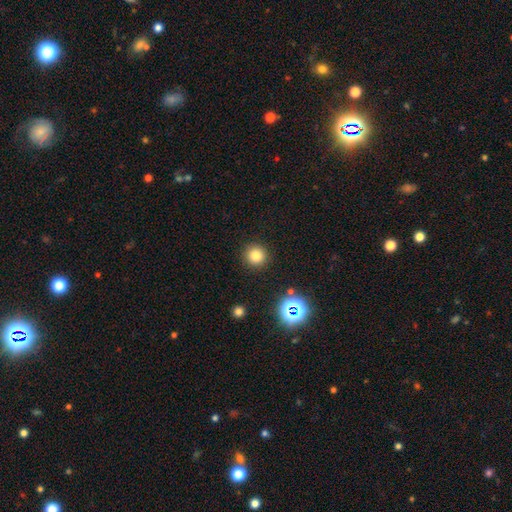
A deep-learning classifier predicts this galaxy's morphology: Smooth or featured?
  - smooth: 79% *
  - star or artifact: 15%
  - featured or disk: 6%
How rounded?
  - round: 95% *
  - in between: 4%
  - cigar-shaped: 1%
Merging?
  - none: 91% *
  - minor disturbance: 5%
  - major disturbance: 2%
  - merger: 1%